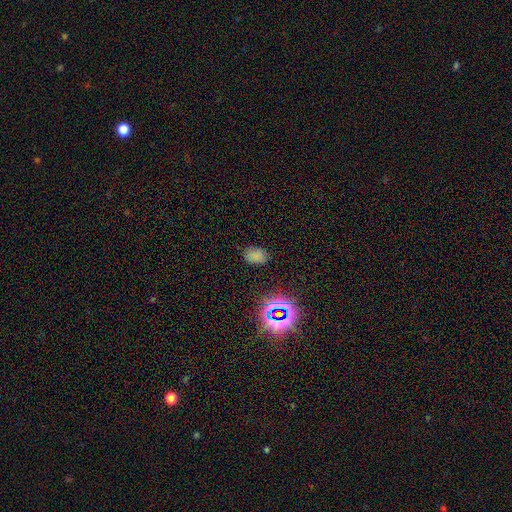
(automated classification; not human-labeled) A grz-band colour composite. It shows a smooth galaxy with no disk features (68%) that is in between round and cigar-shaped (84%). Merging: none (81%).